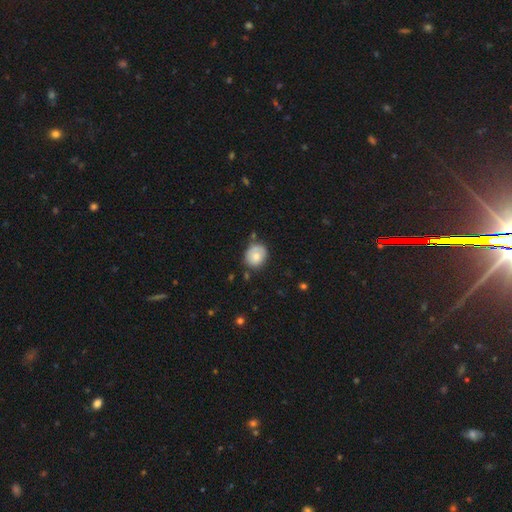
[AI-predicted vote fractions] Smooth or featured: smooth — 70% (featured or disk — 22%)
How rounded: round — 74% (in between — 25%)
Merging: none — 66% (minor disturbance — 23%)